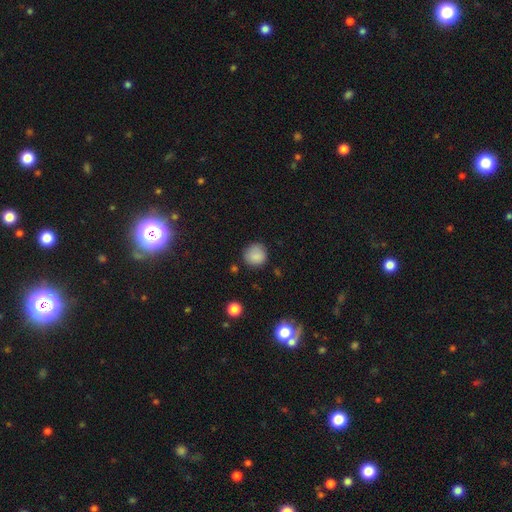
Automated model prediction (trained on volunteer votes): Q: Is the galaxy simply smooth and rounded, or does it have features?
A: smooth — 85%.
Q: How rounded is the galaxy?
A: round — 91%.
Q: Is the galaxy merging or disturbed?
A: none — 81%.